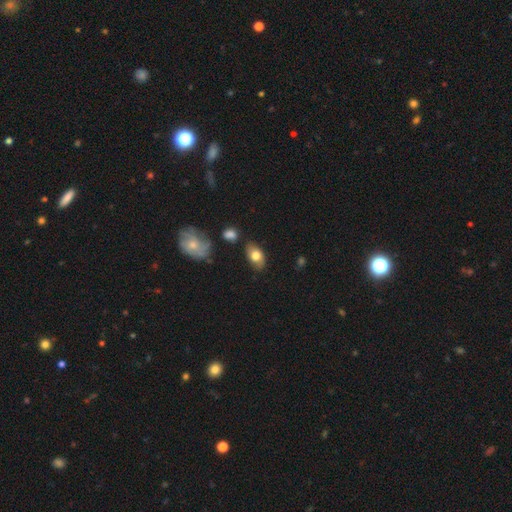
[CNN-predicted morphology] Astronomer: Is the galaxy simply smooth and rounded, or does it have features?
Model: smooth — 72%.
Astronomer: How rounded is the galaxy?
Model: in between — 89%.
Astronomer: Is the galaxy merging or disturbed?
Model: none — 75%.